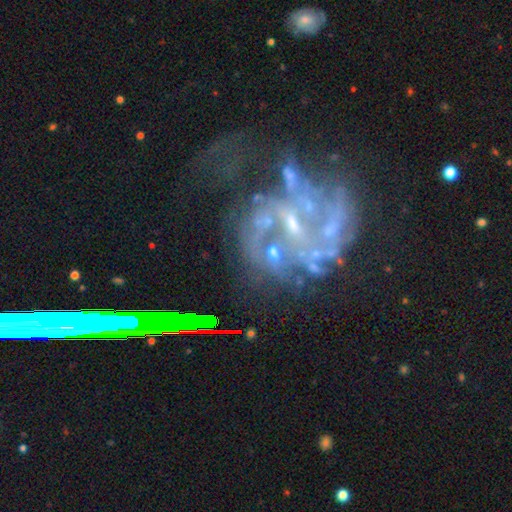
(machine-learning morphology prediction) This appears to be a featured or disk galaxy (77%) with no bar (50%), medium (41%) spiral arms (67%) and a small central bulge (50%). Merging: none (37%).